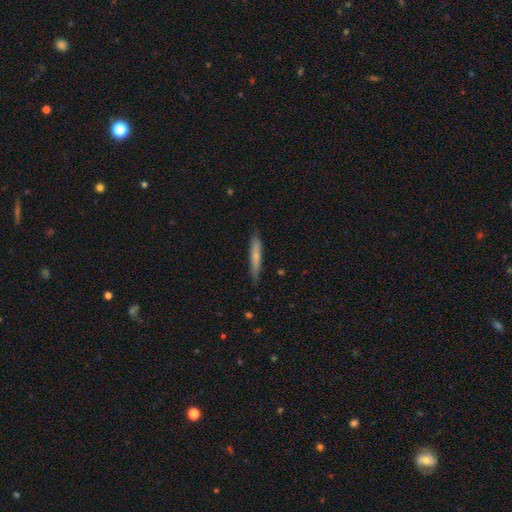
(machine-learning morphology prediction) Smooth or featured? smooth (68%)
How rounded? cigar-shaped (94%)
Merging? none (85%)